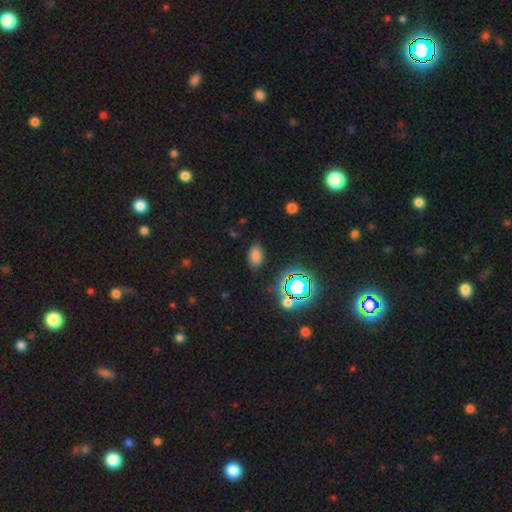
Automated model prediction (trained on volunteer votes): smooth_or_featured: smooth (p=0.71) [alt: star or artifact p=0.22]
how_rounded: in between (p=0.88) [alt: round p=0.10]
merging: none (p=0.83) [alt: minor disturbance p=0.11]